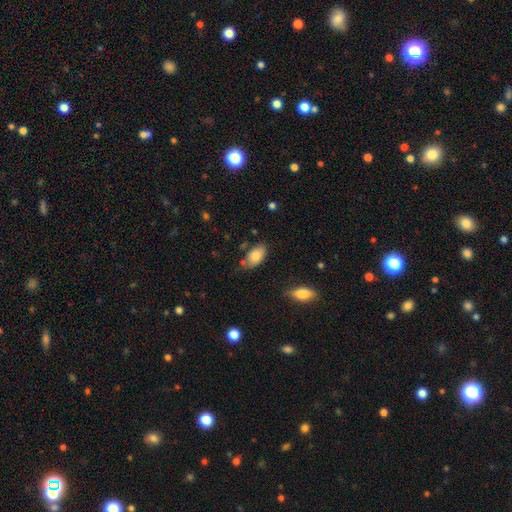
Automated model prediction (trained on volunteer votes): smooth_or_featured: smooth (p=0.81) [alt: featured or disk p=0.12]
how_rounded: in between (p=0.93) [alt: round p=0.04]
merging: none (p=0.69) [alt: minor disturbance p=0.22]